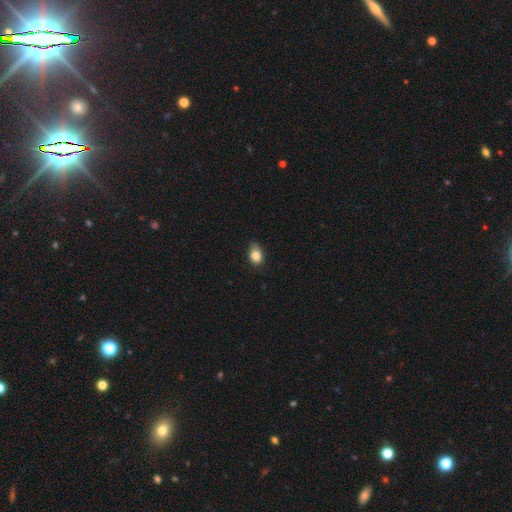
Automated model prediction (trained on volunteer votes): Smooth or featured: smooth — 84% (star or artifact — 9%)
How rounded: in between — 72% (round — 27%)
Merging: none — 73% (minor disturbance — 22%)